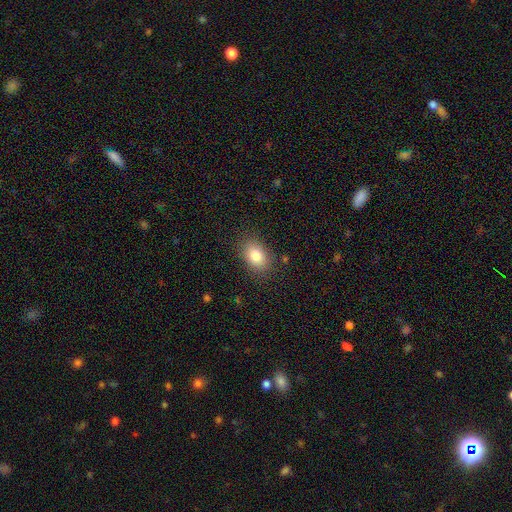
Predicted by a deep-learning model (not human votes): Smooth or featured?
  - smooth: 83% *
  - featured or disk: 9%
  - star or artifact: 8%
How rounded?
  - in between: 82% *
  - round: 17%
  - cigar-shaped: 1%
Merging?
  - none: 85% *
  - minor disturbance: 11%
  - major disturbance: 3%
  - merger: 1%